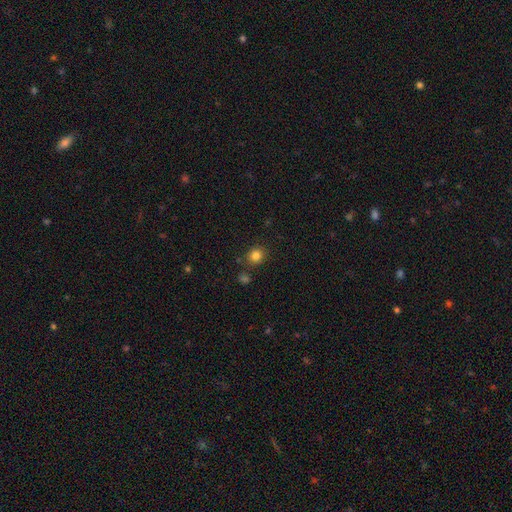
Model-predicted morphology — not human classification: type=smooth (83%); roundness=round (80%); merging=none (82%).